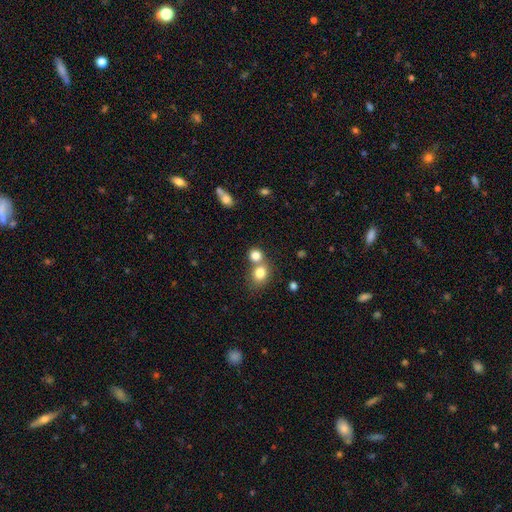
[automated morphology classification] Q: Smooth or featured?
A: smooth (80%); runner-up: star or artifact (12%)
Q: How rounded?
A: round (77%); runner-up: in between (22%)
Q: Merging?
A: none (46%); runner-up: merger (45%)